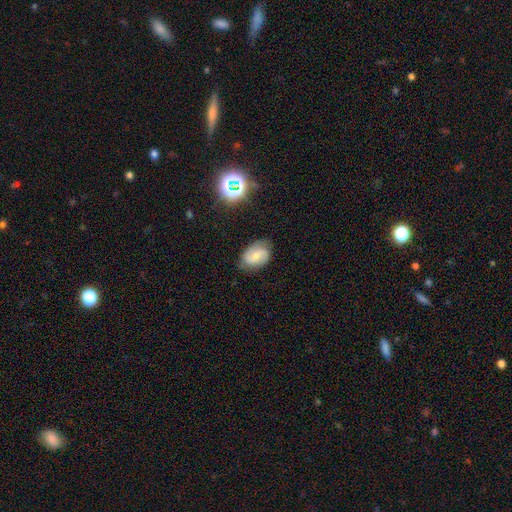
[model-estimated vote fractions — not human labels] Smooth or featured? featured or disk (57%)
Edge-on disk? no (97%)
Bar? weak (47%)
Spiral arms? yes (91%)
Spiral winding? medium (45%)
Spiral arm count? 2 (80%)
Bulge size? small (53%)
Merging? none (71%)